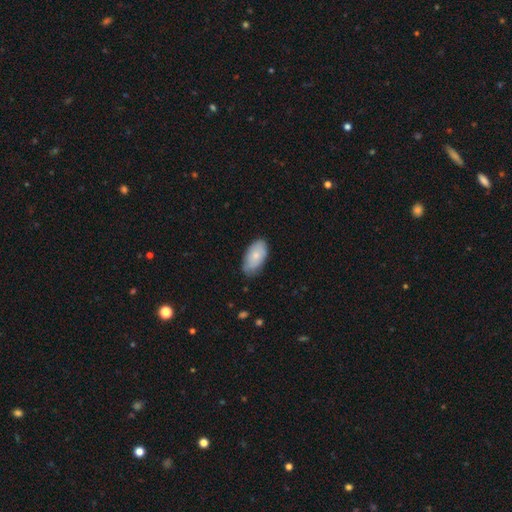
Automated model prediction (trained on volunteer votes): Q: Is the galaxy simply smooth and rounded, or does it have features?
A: smooth — 77%.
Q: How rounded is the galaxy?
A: in between — 94%.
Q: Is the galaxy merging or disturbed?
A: none — 75%.